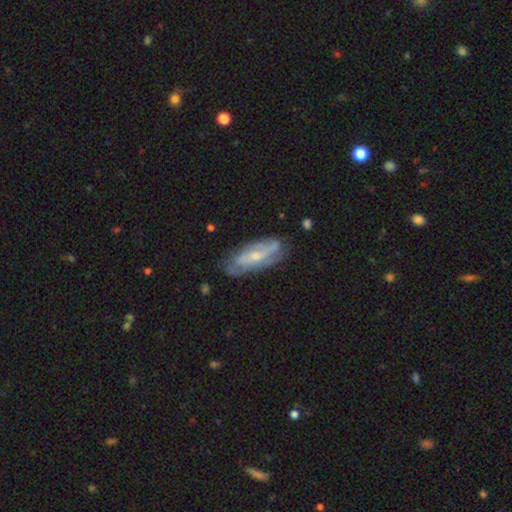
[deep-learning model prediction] A featured or disk galaxy (66%) with no bar (48%), spiral arms (76%) and a small central bulge (55%).

Vote fractions:
- Smooth or featured? featured or disk: 66% / smooth: 27% / star or artifact: 6%
- Edge-on disk? no: 81% / yes: 19%
- Bar? no: 48% / weak: 37% / strong: 15%
- Spiral arms? yes: 76% / no: 24%
- Bulge size? small: 55% / moderate: 38% / none: 4% / large: 2% / dominant: 1%
- Merging? none: 71% / minor disturbance: 21% / major disturbance: 6% / merger: 2%